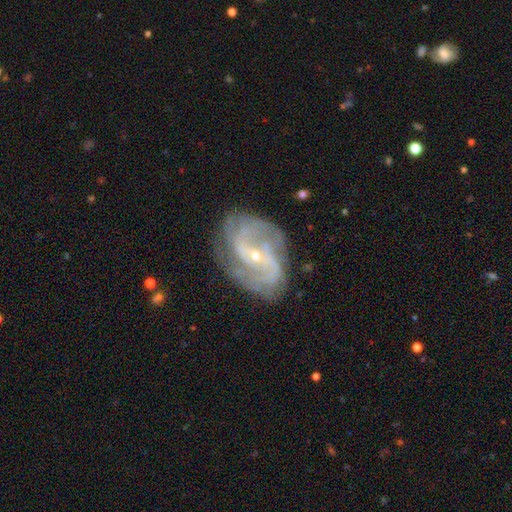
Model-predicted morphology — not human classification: Overall: featured or disk (88%). Edge-on disk: no (97%). Bar: weak (41%; no 36%). Spiral arms: yes (95%). Spiral arm count: 2 (55%; can't tell 17%). Spiral winding: medium (46%; tight 31%). Bulge size: small (80%). Merging: none (71%).